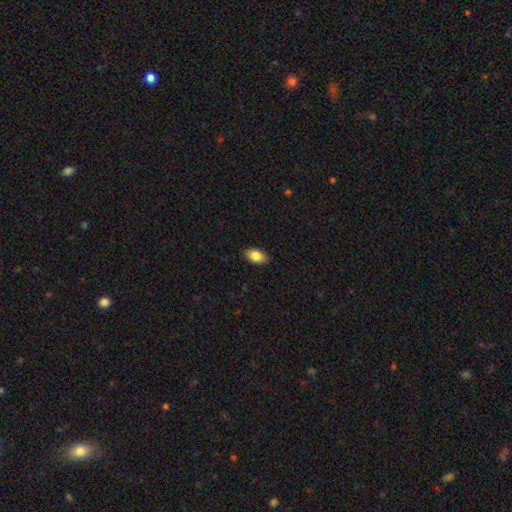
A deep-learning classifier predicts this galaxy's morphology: Overall: smooth (85%). How rounded: in between (92%). Merging: none (89%).